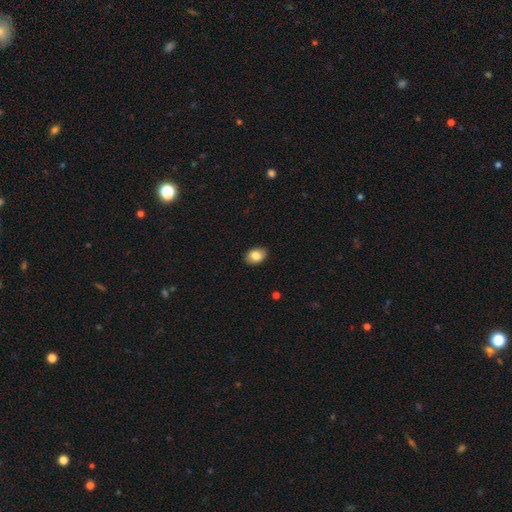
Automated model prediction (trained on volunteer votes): Overall: smooth (83%). How rounded: in between (80%). Merging: none (88%).